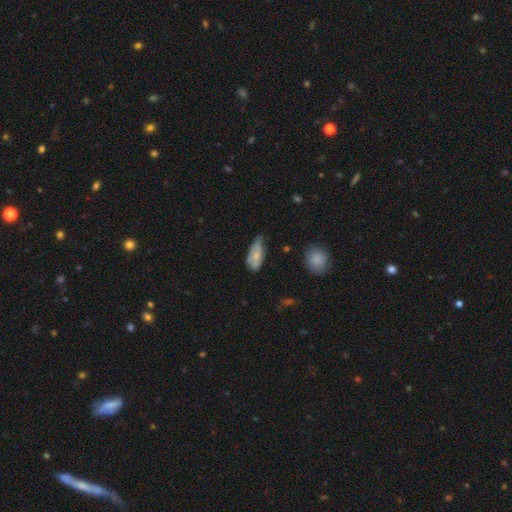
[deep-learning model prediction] A smooth galaxy with no disk features (68%) that is in between round and cigar-shaped (85%).

Vote fractions:
- Smooth or featured? smooth: 68% / featured or disk: 25% / star or artifact: 7%
- How rounded? in between: 85% / cigar-shaped: 13% / round: 3%
- Merging? minor disturbance: 49% / none: 35% / major disturbance: 14% / merger: 3%